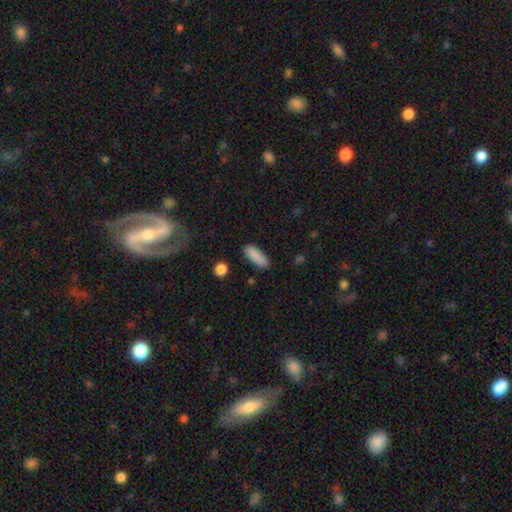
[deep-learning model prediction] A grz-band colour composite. It shows a smooth galaxy with no disk features (88%) that is in between round and cigar-shaped (61%). Merging: none (86%).